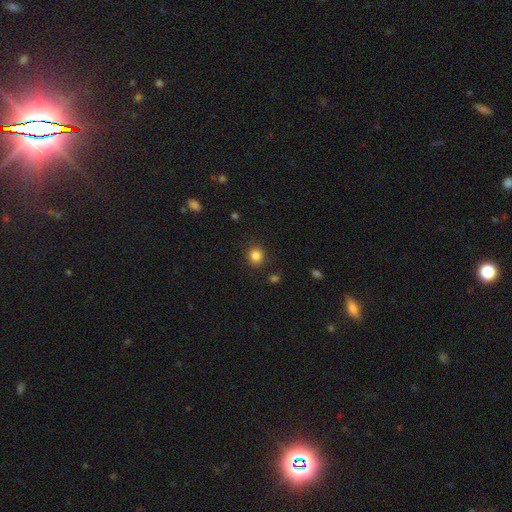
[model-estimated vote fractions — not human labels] Smooth or featured?
  - smooth: 85% *
  - star or artifact: 11%
  - featured or disk: 4%
How rounded?
  - round: 85% *
  - in between: 14%
  - cigar-shaped: 1%
Merging?
  - none: 89% *
  - minor disturbance: 7%
  - major disturbance: 3%
  - merger: 2%